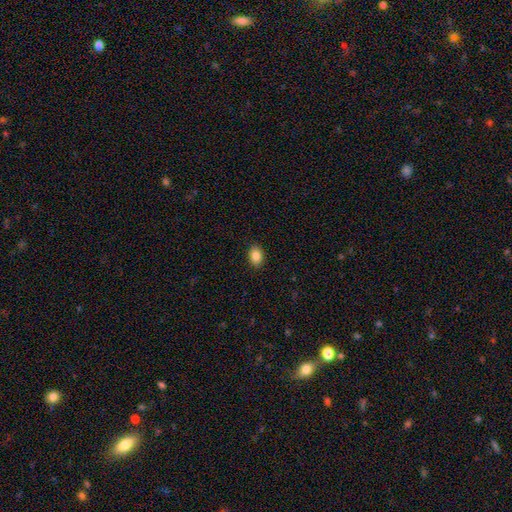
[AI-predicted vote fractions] smooth-or-featured: smooth: 87% | star or artifact: 9% | featured or disk: 5%
  how-rounded: in between: 80% | round: 19% | cigar-shaped: 1%
  merging: none: 90% | minor disturbance: 7% | major disturbance: 2% | merger: 1%